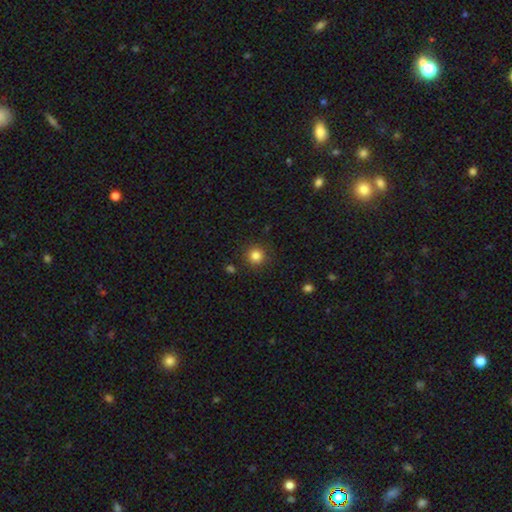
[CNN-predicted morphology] This appears to be a smooth galaxy with no disk features (83%) that is round (94%). Merging: none (89%).